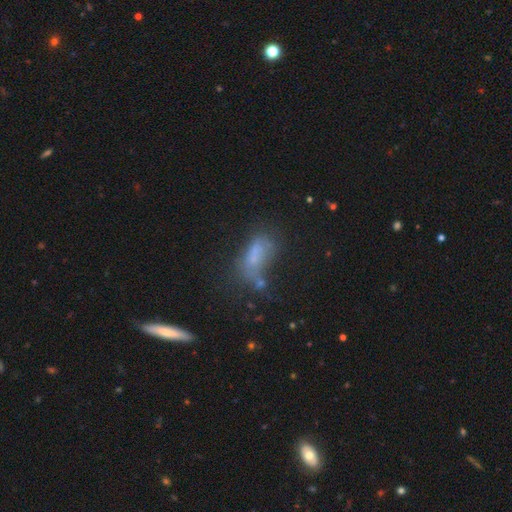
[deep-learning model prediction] A smooth galaxy with no disk features (55%) that is in between round and cigar-shaped (71%). Merging: none (38%).